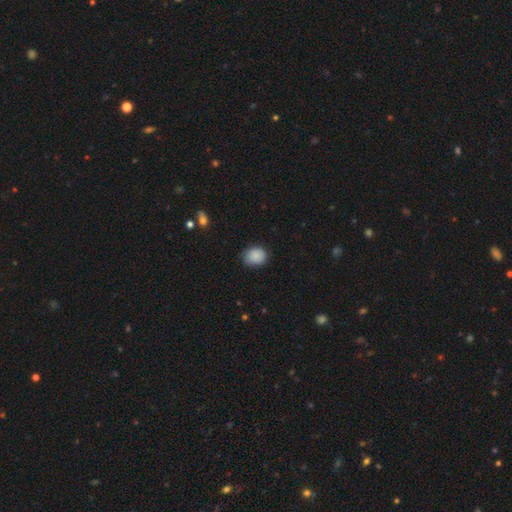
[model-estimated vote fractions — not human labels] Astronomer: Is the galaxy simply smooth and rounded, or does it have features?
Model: smooth — 88%.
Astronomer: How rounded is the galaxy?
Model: round — 54% (runner-up: in between, 45%).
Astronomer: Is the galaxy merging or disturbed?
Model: none — 78%.